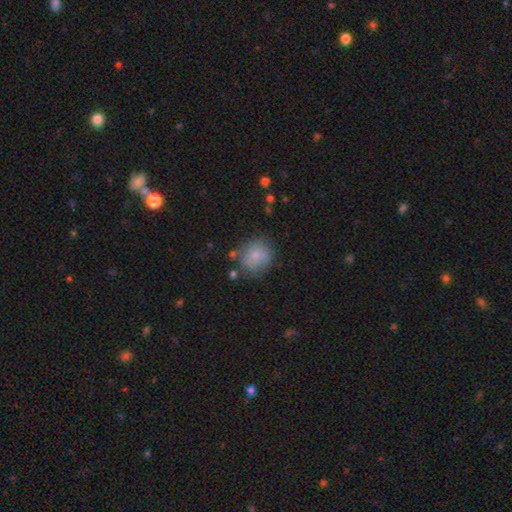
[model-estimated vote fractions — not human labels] Smooth or featured? smooth (77%)
How rounded? round (81%)
Merging? none (67%)